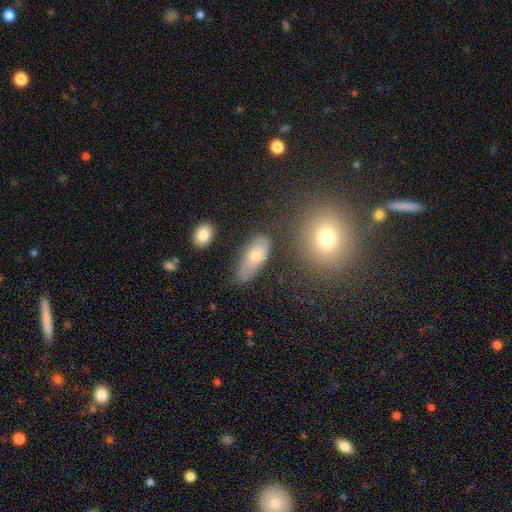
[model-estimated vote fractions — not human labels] smooth_or_featured: smooth (p=0.59) [alt: featured or disk p=0.31]
how_rounded: in between (p=0.85) [alt: cigar-shaped p=0.09]
merging: none (p=0.63) [alt: minor disturbance p=0.24]